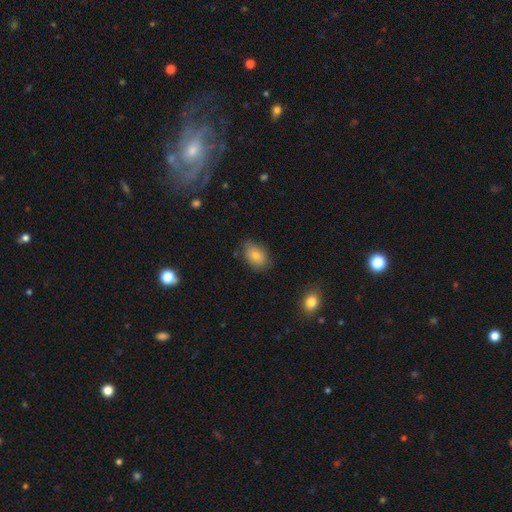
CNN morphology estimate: smooth-or-featured: smooth: 81% | featured or disk: 11% | star or artifact: 8%
  how-rounded: in between: 87% | round: 12% | cigar-shaped: 1%
  merging: none: 79% | minor disturbance: 16% | major disturbance: 3% | merger: 2%